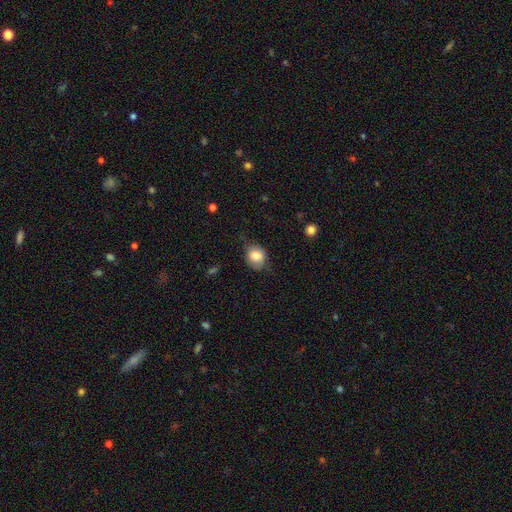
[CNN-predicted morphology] Smooth or featured?
  - smooth: 78% *
  - featured or disk: 14%
  - star or artifact: 8%
How rounded?
  - round: 55% *
  - in between: 44%
  - cigar-shaped: 1%
Merging?
  - none: 62% *
  - minor disturbance: 29%
  - major disturbance: 8%
  - merger: 1%